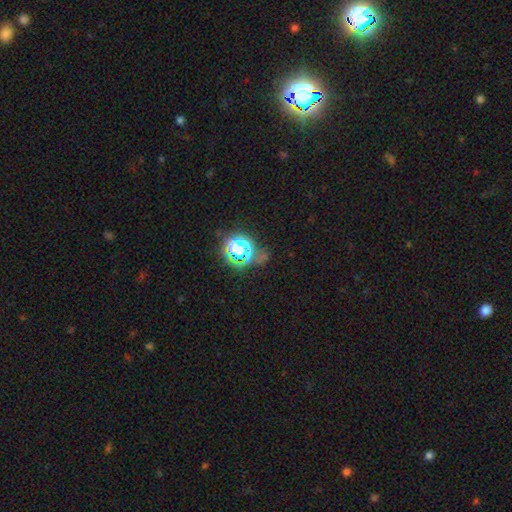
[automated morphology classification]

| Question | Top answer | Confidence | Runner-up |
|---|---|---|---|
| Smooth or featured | star or artifact | 74% | smooth (18%) |